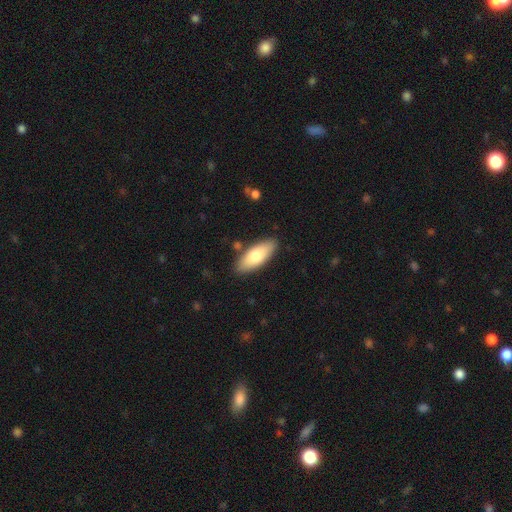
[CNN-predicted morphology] A smooth galaxy with no disk features (76%) that is in between round and cigar-shaped (76%). Merging: none (85%).